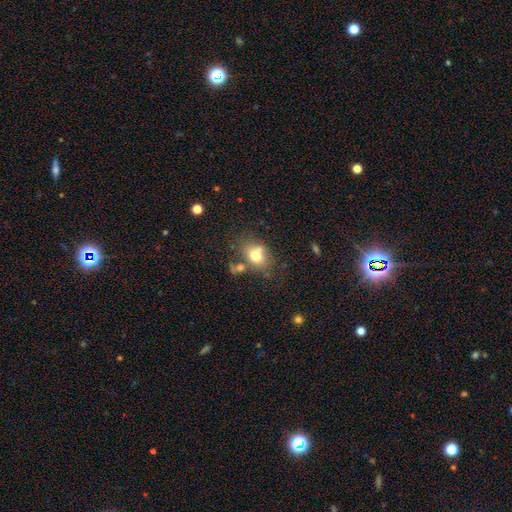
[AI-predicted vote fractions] smooth_or_featured: smooth (p=0.69) [alt: featured or disk p=0.19]
how_rounded: in between (p=0.60) [alt: round p=0.39]
merging: none (p=0.50) [alt: merger p=0.23]